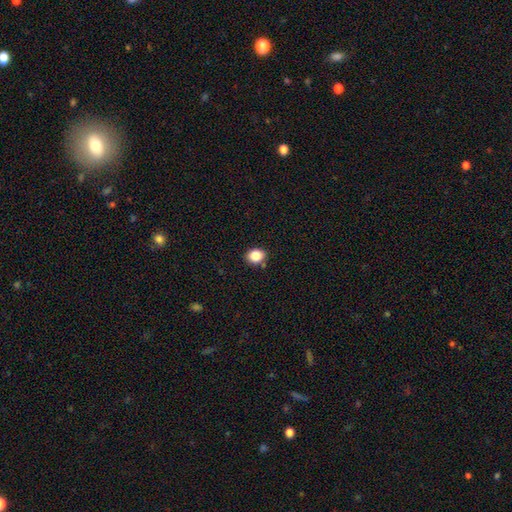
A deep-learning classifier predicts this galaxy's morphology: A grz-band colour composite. It shows a smooth galaxy with no disk features (85%) that is round (63%). Merging: none (83%).